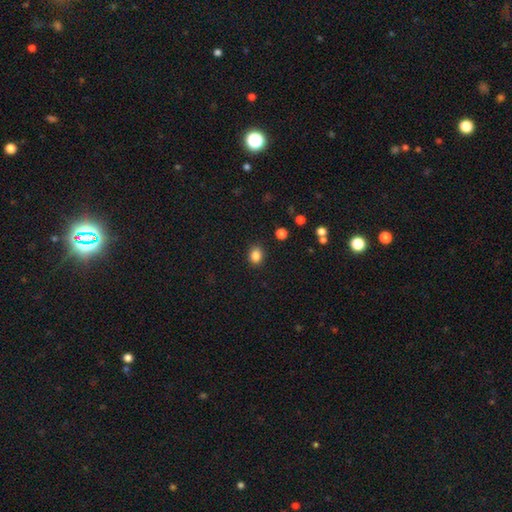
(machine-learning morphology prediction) A smooth galaxy with no disk features (85%) that is round (56%).

Vote fractions:
- Smooth or featured? smooth: 85% / star or artifact: 11% / featured or disk: 4%
- How rounded? round: 56% / in between: 43% / cigar-shaped: 1%
- Merging? none: 88% / minor disturbance: 8% / major disturbance: 2% / merger: 1%